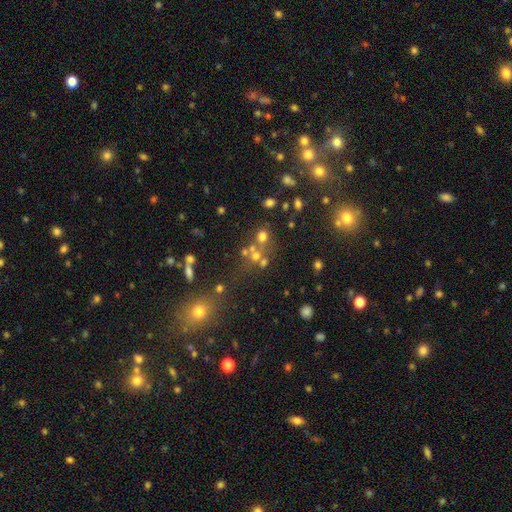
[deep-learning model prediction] smooth 52%, star or artifact 31%, featured or disk 17%. Down the decision tree: how rounded — round (80%); merging — none (53%).